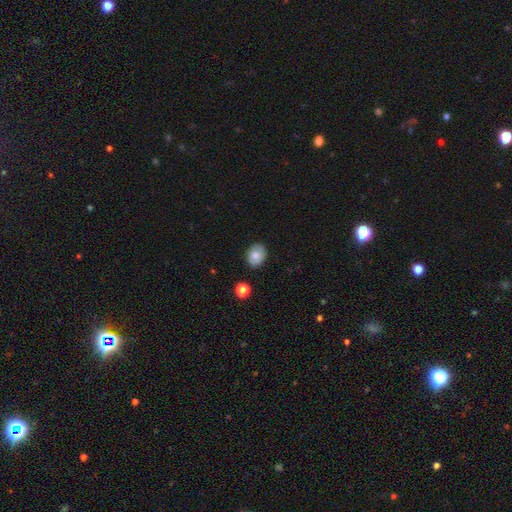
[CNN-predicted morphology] type=smooth (78%); roundness=in between (64%); merging=none (84%).